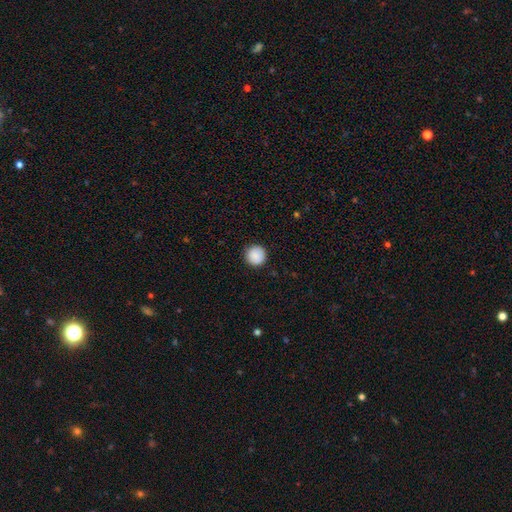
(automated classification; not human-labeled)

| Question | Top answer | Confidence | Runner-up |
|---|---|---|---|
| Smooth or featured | smooth | 90% | star or artifact (8%) |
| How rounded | round | 96% | in between (3%) |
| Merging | none | 92% | minor disturbance (5%) |